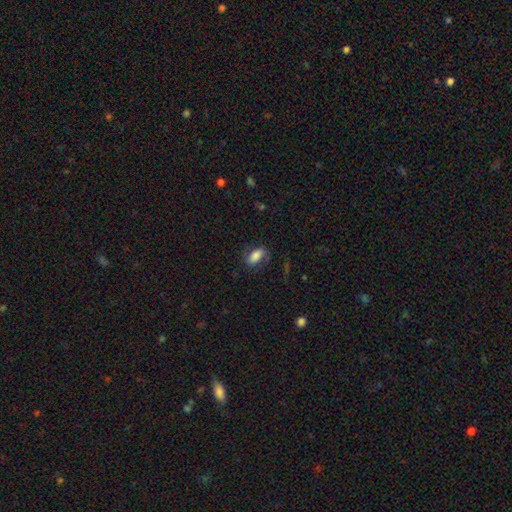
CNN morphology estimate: The model was most divided on "smooth or featured": smooth: 68%, featured or disk: 24%, star or artifact: 8%. More confident: how rounded — in between (88%); merging — none (67%).